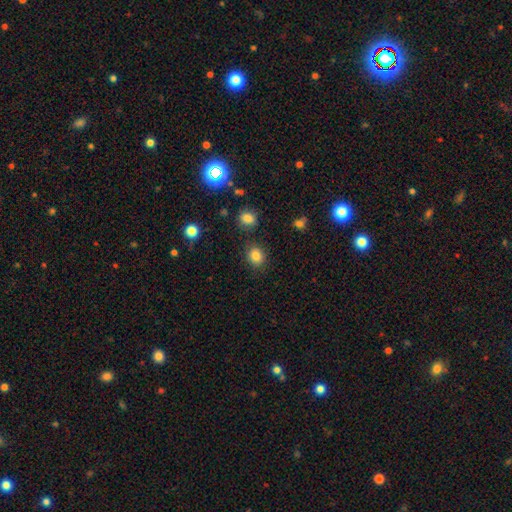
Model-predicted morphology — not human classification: Smooth or featured?
  - smooth: 83% *
  - star or artifact: 12%
  - featured or disk: 6%
How rounded?
  - round: 73% *
  - in between: 26%
  - cigar-shaped: 1%
Merging?
  - none: 85% *
  - minor disturbance: 9%
  - merger: 4%
  - major disturbance: 3%